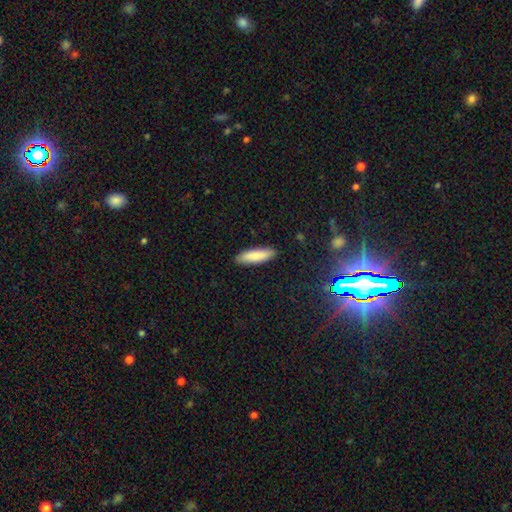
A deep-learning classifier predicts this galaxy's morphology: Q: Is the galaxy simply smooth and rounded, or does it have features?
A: smooth — 84%.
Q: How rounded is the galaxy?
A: cigar-shaped — 62%.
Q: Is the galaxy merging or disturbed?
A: none — 89%.